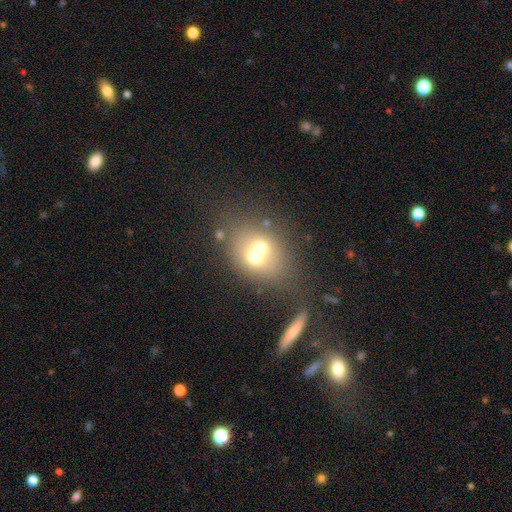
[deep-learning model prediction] A smooth galaxy with no disk features (59%) that is round (50%). Merging: merger (60%).